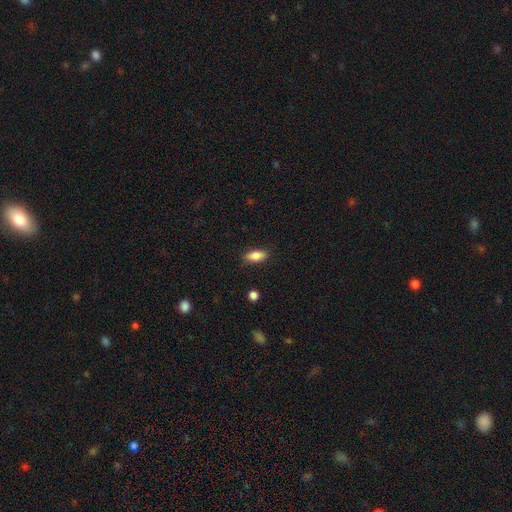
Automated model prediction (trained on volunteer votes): A smooth galaxy with no disk features (83%) that is in between round and cigar-shaped (81%). Merging: none (85%).